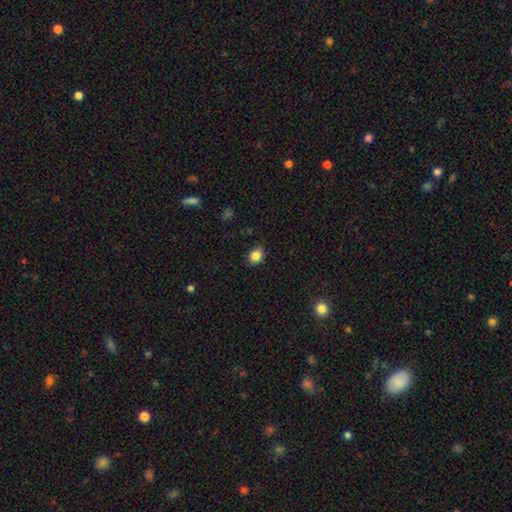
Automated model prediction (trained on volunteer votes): The model was most divided on "how rounded": round: 55%, in between: 44%, cigar-shaped: 1%. More confident: smooth or featured — smooth (84%); merging — none (83%).